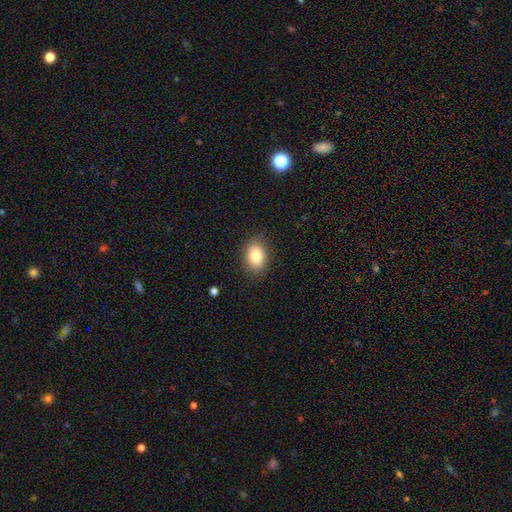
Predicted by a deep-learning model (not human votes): Q: Smooth or featured?
A: smooth (83%); runner-up: featured or disk (9%)
Q: How rounded?
A: in between (82%); runner-up: round (16%)
Q: Merging?
A: none (86%); runner-up: minor disturbance (11%)